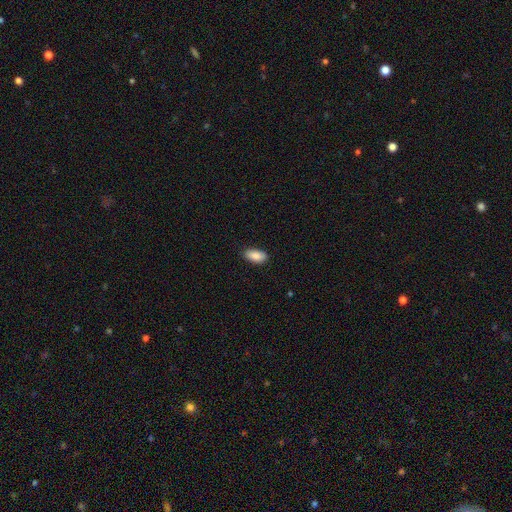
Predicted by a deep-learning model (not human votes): smooth_or_featured: smooth (p=0.89) [alt: star or artifact p=0.07]
how_rounded: in between (p=0.93) [alt: cigar-shaped p=0.04]
merging: none (p=0.86) [alt: minor disturbance p=0.11]